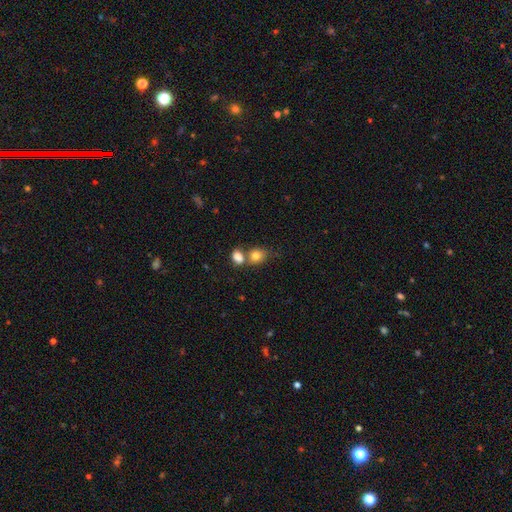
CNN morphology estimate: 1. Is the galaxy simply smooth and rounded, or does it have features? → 81% smooth, 10% star or artifact, 9% featured or disk.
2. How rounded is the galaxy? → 53% round, 46% in between, 1% cigar-shaped.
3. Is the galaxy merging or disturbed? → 44% merger, 39% none, 12% minor disturbance, 5% major disturbance.